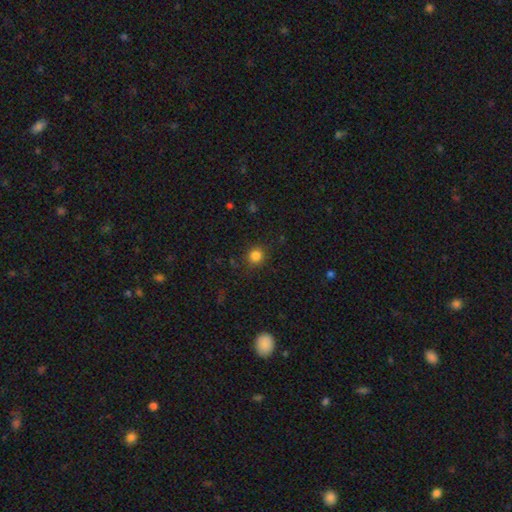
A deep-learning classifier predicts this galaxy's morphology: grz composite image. It shows a smooth galaxy with no disk features (83%) that is round (89%). Merging: none (88%).